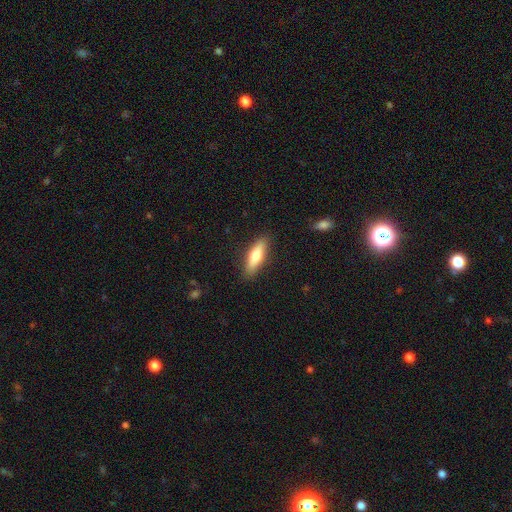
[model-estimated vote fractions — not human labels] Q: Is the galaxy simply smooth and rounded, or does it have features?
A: smooth — 66%.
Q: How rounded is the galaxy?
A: cigar-shaped — 60%.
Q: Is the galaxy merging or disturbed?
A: none — 87%.